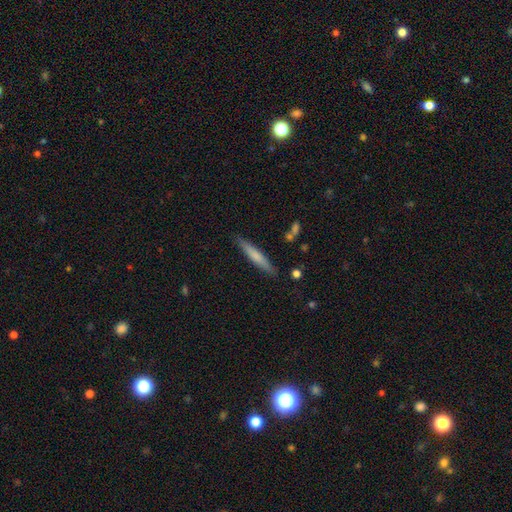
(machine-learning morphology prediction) Smooth or featured? smooth (63%)
How rounded? cigar-shaped (93%)
Merging? none (87%)